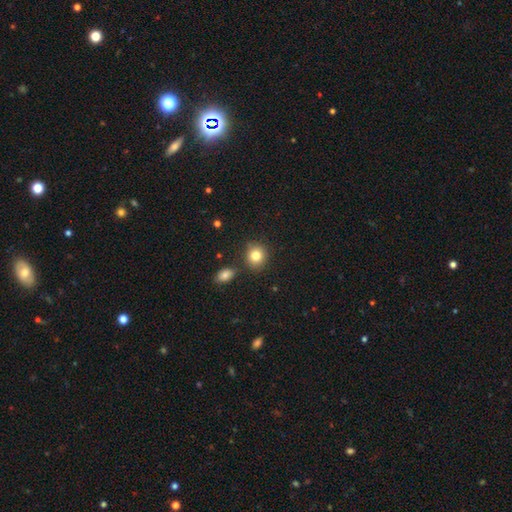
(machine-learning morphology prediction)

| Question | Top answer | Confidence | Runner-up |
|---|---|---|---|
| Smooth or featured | smooth | 83% | star or artifact (10%) |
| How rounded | round | 79% | in between (20%) |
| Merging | none | 82% | minor disturbance (9%) |